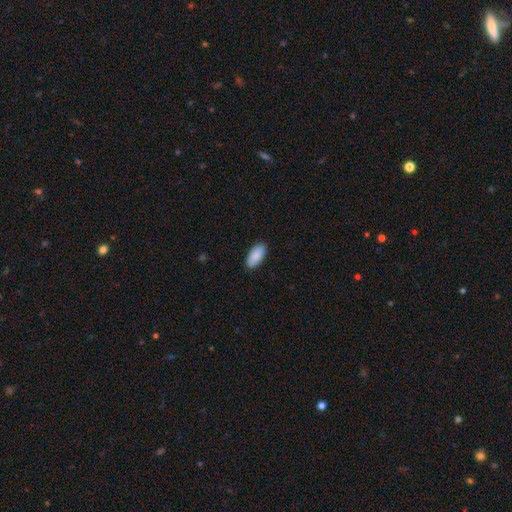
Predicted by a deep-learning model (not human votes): smooth-or-featured: smooth: 90% | star or artifact: 6% | featured or disk: 5%
  how-rounded: in between: 90% | cigar-shaped: 8% | round: 2%
  merging: none: 89% | minor disturbance: 8% | major disturbance: 2% | merger: 1%